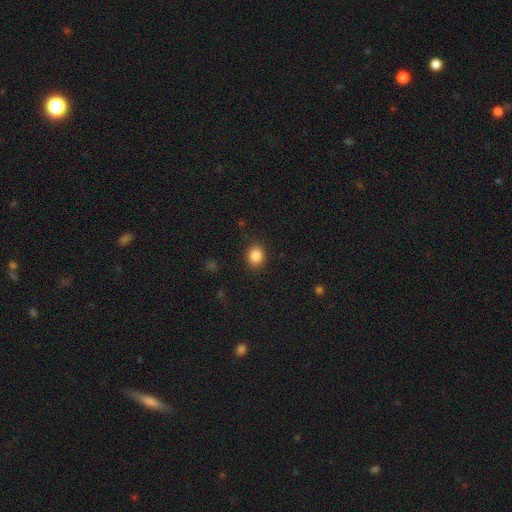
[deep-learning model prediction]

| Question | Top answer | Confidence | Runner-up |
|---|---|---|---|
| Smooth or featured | smooth | 86% | star or artifact (10%) |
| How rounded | round | 68% | in between (31%) |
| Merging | none | 87% | minor disturbance (9%) |